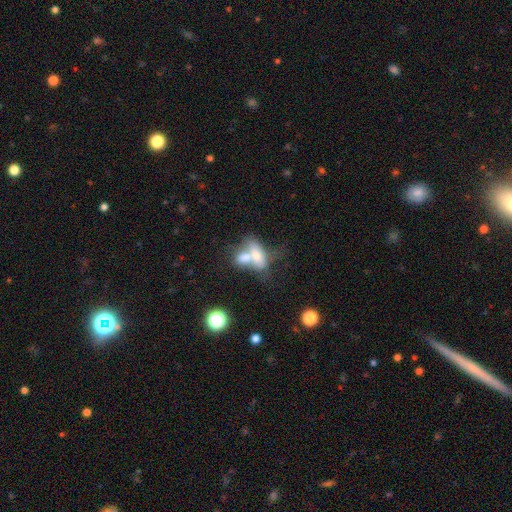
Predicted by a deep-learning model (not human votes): Smooth or featured?
  - smooth: 62% *
  - featured or disk: 29%
  - star or artifact: 9%
How rounded?
  - in between: 81% *
  - round: 11%
  - cigar-shaped: 8%
Merging?
  - merger: 71% *
  - none: 14%
  - major disturbance: 8%
  - minor disturbance: 7%